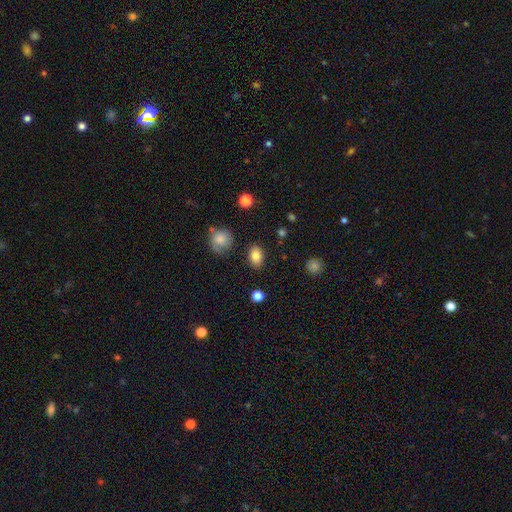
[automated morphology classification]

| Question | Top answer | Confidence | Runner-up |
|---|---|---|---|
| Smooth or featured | smooth | 84% | star or artifact (9%) |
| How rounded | in between | 82% | round (17%) |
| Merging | none | 84% | minor disturbance (10%) |